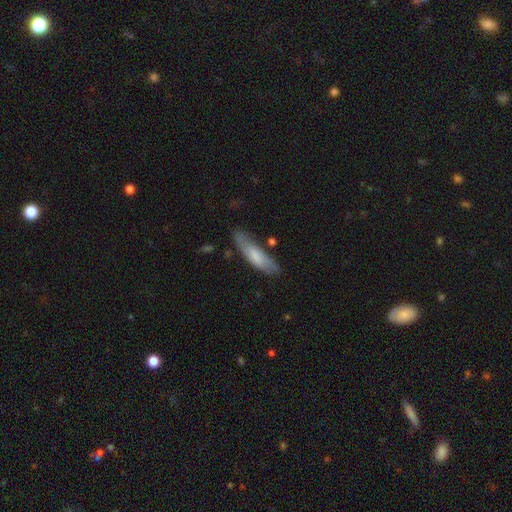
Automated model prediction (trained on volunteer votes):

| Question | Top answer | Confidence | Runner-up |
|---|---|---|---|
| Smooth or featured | smooth | 65% | featured or disk (29%) |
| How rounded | cigar-shaped | 63% | in between (35%) |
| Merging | none | 67% | minor disturbance (23%) |